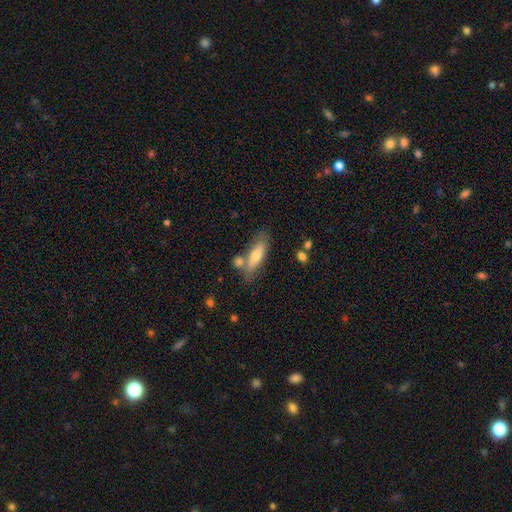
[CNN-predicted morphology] type=smooth (63%); roundness=cigar-shaped (55%); merging=none (62%).